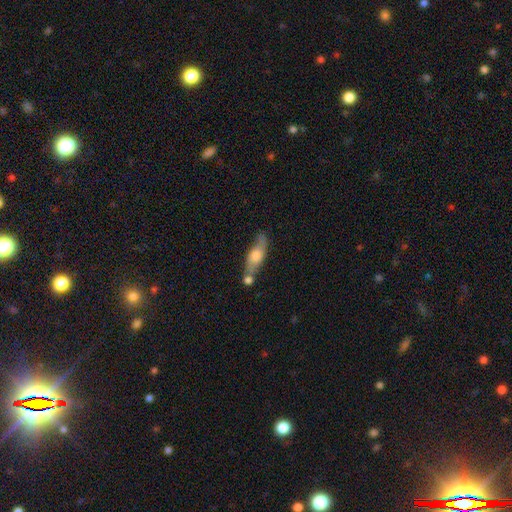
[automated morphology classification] Overall: featured or disk (48%; smooth 46%). Merging: none (52%; merger 25%).